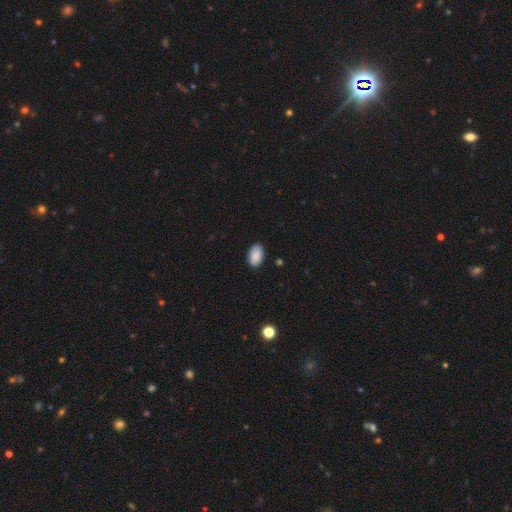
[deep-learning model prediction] The model was most divided on "merging": none: 88%, minor disturbance: 9%, major disturbance: 2%, merger: 1%. More confident: how rounded — in between (93%); smooth or featured — smooth (89%).